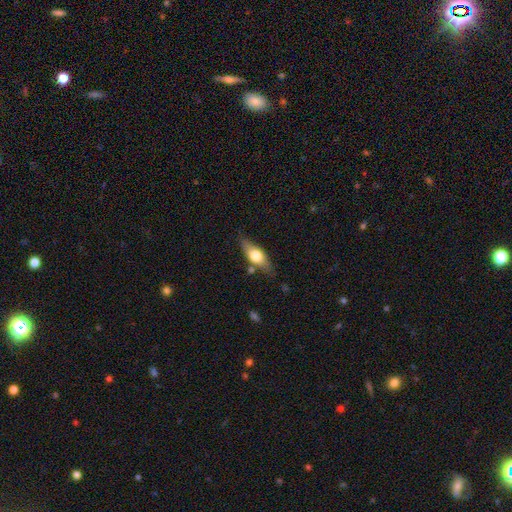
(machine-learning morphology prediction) type=smooth (56%); roundness=in between (66%); merging=none (75%).